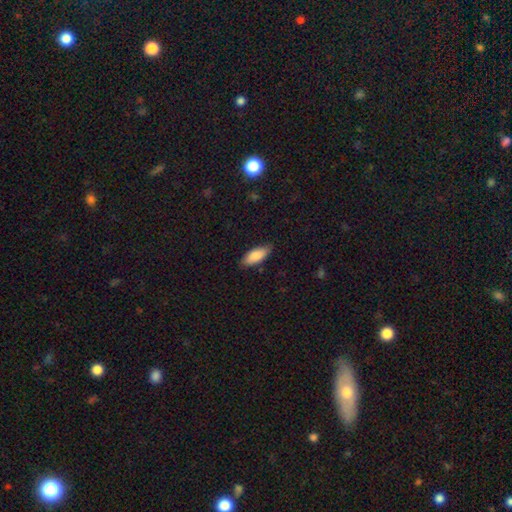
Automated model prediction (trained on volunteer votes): Morphology: type=smooth (85%); roundness=in between (82%); merging=none (80%).